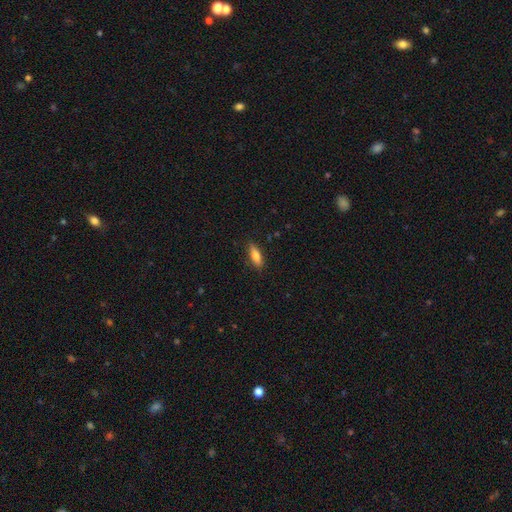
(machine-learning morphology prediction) smooth_or_featured: smooth (p=0.74) [alt: featured or disk p=0.19]
how_rounded: in between (p=0.57) [alt: cigar-shaped p=0.41]
merging: none (p=0.85) [alt: minor disturbance p=0.11]